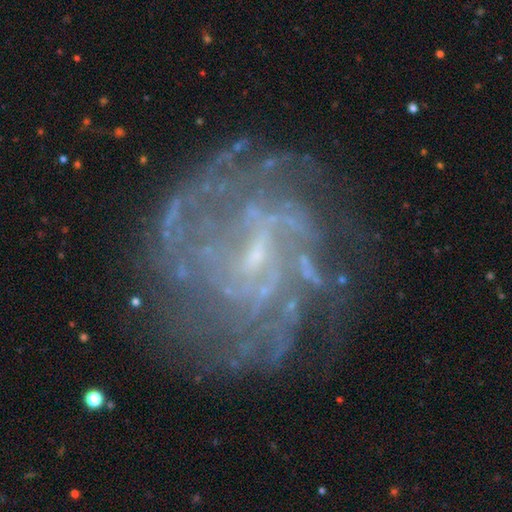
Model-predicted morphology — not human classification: A featured or disk galaxy (85%) with a weak bar (56%), tight (52%) spiral arms (90%) and a small central bulge (70%).

Vote fractions:
- Smooth or featured? featured or disk: 85% / star or artifact: 9% / smooth: 7%
- Edge-on disk? no: 98% / yes: 2%
- Bar? weak: 56% / no: 29% / strong: 16%
- Spiral arms? yes: 90% / no: 10%
- Spiral winding? tight: 52% / medium: 36% / loose: 13%
- Spiral arm count? can't tell: 42% / 4: 15% / 3: 13% / 2: 13% / more than 4: 10% / 1: 7%
- Bulge size? small: 70% / none: 16% / moderate: 11% / large: 1% / dominant: 1%
- Merging? none: 70% / minor disturbance: 16% / major disturbance: 12% / merger: 2%